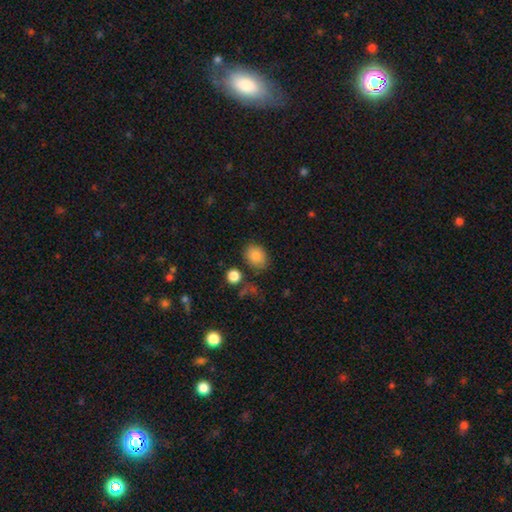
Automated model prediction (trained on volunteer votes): Q: Smooth or featured?
A: smooth (84%); runner-up: star or artifact (9%)
Q: How rounded?
A: in between (57%); runner-up: round (42%)
Q: Merging?
A: none (78%); runner-up: minor disturbance (13%)